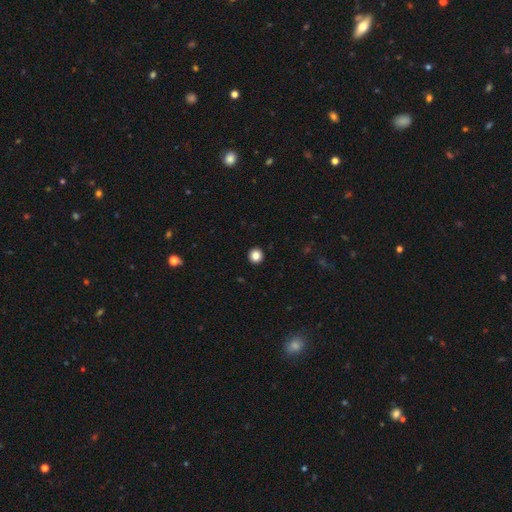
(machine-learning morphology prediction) The model was most divided on "smooth or featured": smooth: 85%, star or artifact: 11%, featured or disk: 4%. More confident: how rounded — round (95%); merging — none (94%).